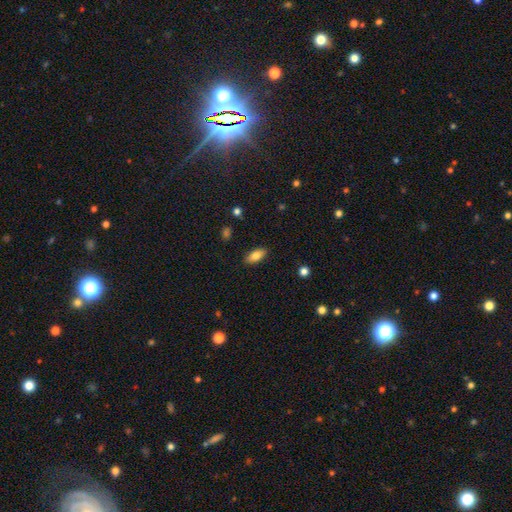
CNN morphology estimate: Smooth or featured?
  - smooth: 80% *
  - featured or disk: 12%
  - star or artifact: 7%
How rounded?
  - in between: 85% *
  - cigar-shaped: 12%
  - round: 3%
Merging?
  - none: 87% *
  - minor disturbance: 9%
  - major disturbance: 2%
  - merger: 1%